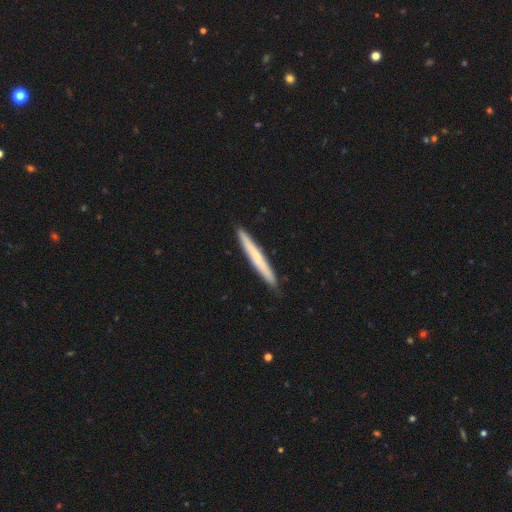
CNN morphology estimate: Q: Smooth or featured?
A: smooth (60%); runner-up: featured or disk (34%)
Q: How rounded?
A: cigar-shaped (97%); runner-up: in between (2%)
Q: Merging?
A: none (91%); runner-up: minor disturbance (7%)